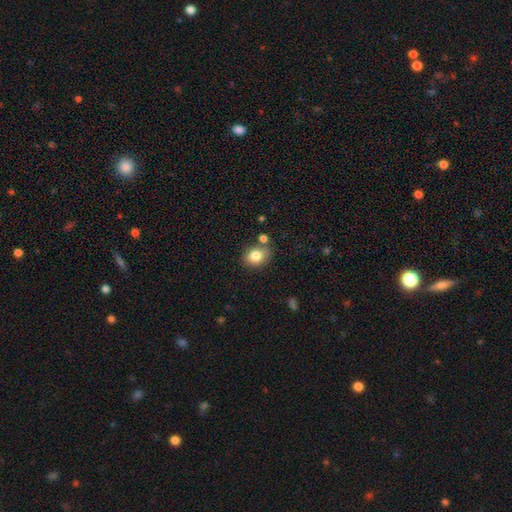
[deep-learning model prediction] A smooth galaxy with no disk features (82%) that is round (50%).

Vote fractions:
- Smooth or featured? smooth: 82% / star or artifact: 10% / featured or disk: 8%
- How rounded? round: 50% / in between: 49% / cigar-shaped: 1%
- Merging? none: 72% / minor disturbance: 14% / merger: 11% / major disturbance: 4%